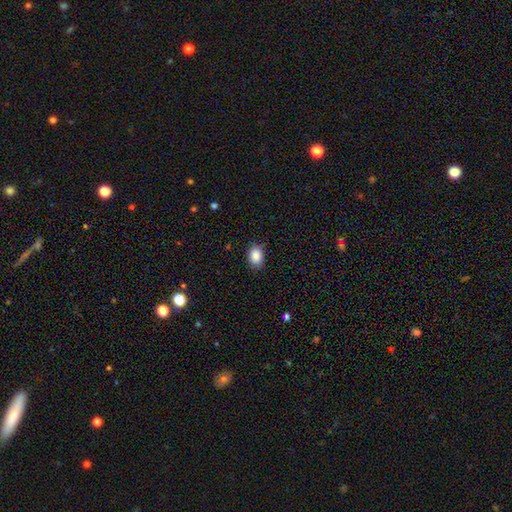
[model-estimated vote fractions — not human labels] smooth 88%, star or artifact 8%, featured or disk 4%. Down the decision tree: how rounded — in between (77%); merging — none (85%).